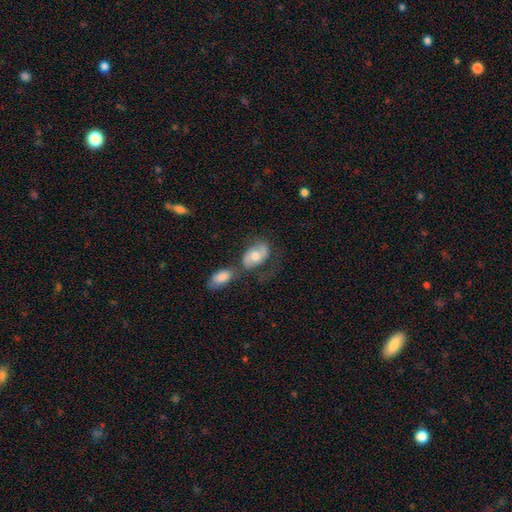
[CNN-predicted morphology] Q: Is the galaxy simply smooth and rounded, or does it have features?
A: smooth — 53%.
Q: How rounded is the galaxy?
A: in between — 87%.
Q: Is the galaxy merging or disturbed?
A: none — 40%.